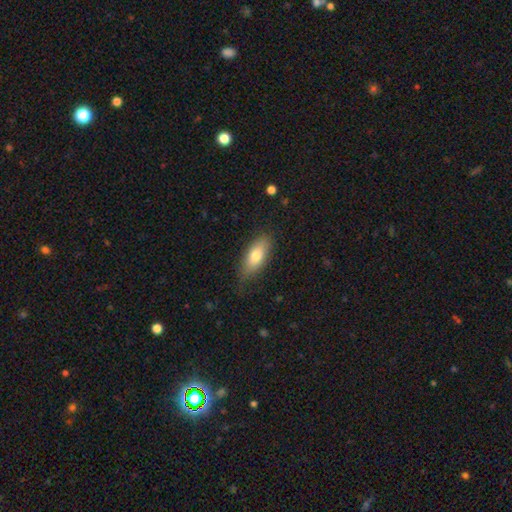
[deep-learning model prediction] Smooth or featured?
  - smooth: 75% *
  - featured or disk: 18%
  - star or artifact: 7%
How rounded?
  - in between: 79% *
  - cigar-shaped: 18%
  - round: 3%
Merging?
  - none: 75% *
  - minor disturbance: 20%
  - major disturbance: 4%
  - merger: 1%